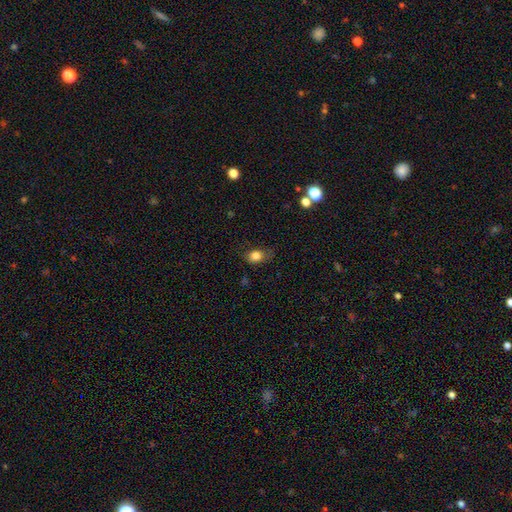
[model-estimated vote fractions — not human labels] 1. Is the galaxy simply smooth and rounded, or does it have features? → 82% smooth, 10% star or artifact, 8% featured or disk.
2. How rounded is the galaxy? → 67% in between, 31% round, 2% cigar-shaped.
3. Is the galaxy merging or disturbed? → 64% none, 26% minor disturbance, 8% major disturbance, 2% merger.